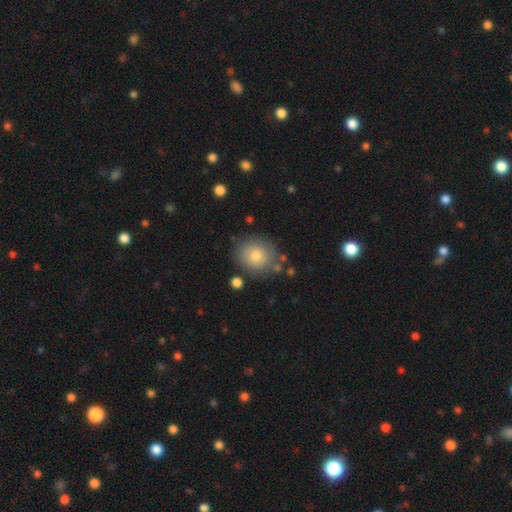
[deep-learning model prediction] smooth-or-featured: smooth: 76% | featured or disk: 14% | star or artifact: 10%
  how-rounded: round: 83% | in between: 16% | cigar-shaped: 1%
  merging: none: 80% | minor disturbance: 12% | merger: 4% | major disturbance: 4%